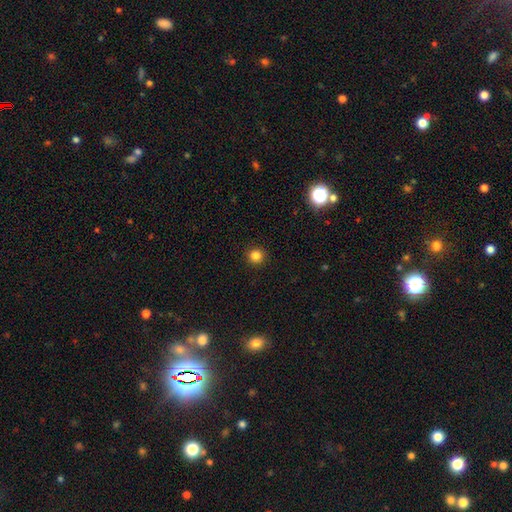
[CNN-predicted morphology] A smooth galaxy with no disk features (83%) that is round (95%). Merging: none (93%).